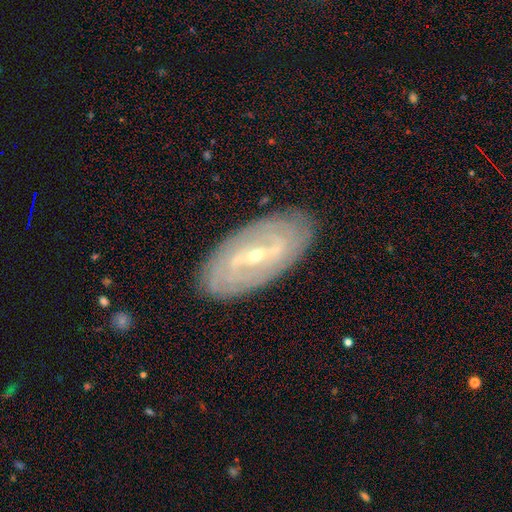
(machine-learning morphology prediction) A featured or disk galaxy (84%) with a strong bar (54%), tight (67%) spiral arms (80%) and a small central bulge (63%).

Vote fractions:
- Smooth or featured? featured or disk: 84% / smooth: 10% / star or artifact: 6%
- Edge-on disk? no: 90% / yes: 10%
- Bar? strong: 54% / weak: 34% / no: 12%
- Spiral arms? yes: 80% / no: 20%
- Spiral winding? tight: 67% / medium: 23% / loose: 10%
- Spiral arm count? can't tell: 46% / 2: 33% / 3: 7% / 4: 6% / more than 4: 4% / 1: 4%
- Bulge size? small: 63% / moderate: 34% / large: 1% / none: 1% / dominant: 1%
- Merging? none: 84% / minor disturbance: 11% / major disturbance: 3% / merger: 1%